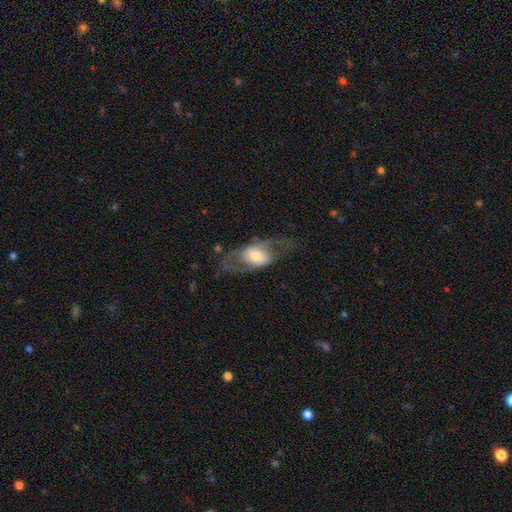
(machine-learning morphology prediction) featured or disk 55%, smooth 38%, star or artifact 6%. Down the decision tree: edge-on disk — no (82%); merging — none (58%).